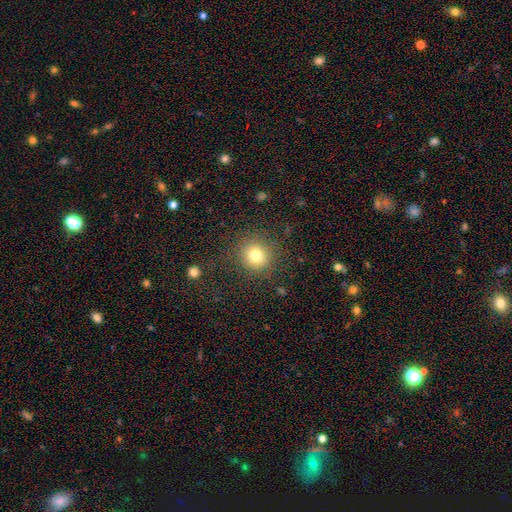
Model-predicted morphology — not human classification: smooth 78%, star or artifact 14%, featured or disk 8%. Down the decision tree: how rounded — round (91%); merging — none (86%).